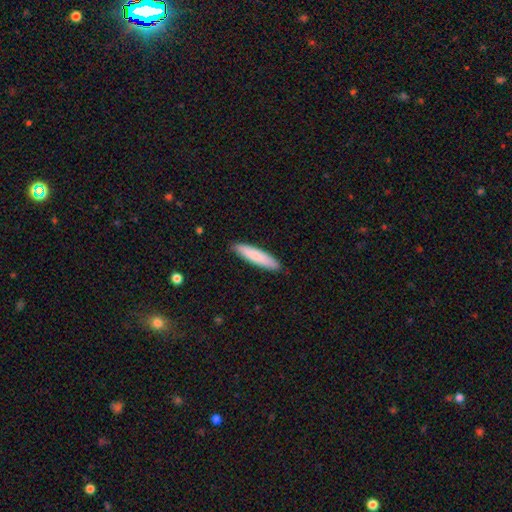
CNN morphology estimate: Q: Smooth or featured?
A: smooth (84%); runner-up: featured or disk (11%)
Q: How rounded?
A: cigar-shaped (85%); runner-up: in between (14%)
Q: Merging?
A: none (90%); runner-up: minor disturbance (8%)